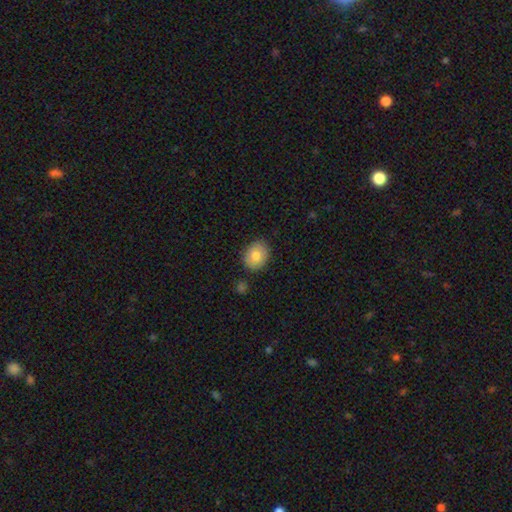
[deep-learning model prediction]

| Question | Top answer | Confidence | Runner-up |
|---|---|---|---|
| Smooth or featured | smooth | 80% | featured or disk (13%) |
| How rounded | in between | 54% | round (45%) |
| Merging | none | 84% | minor disturbance (12%) |